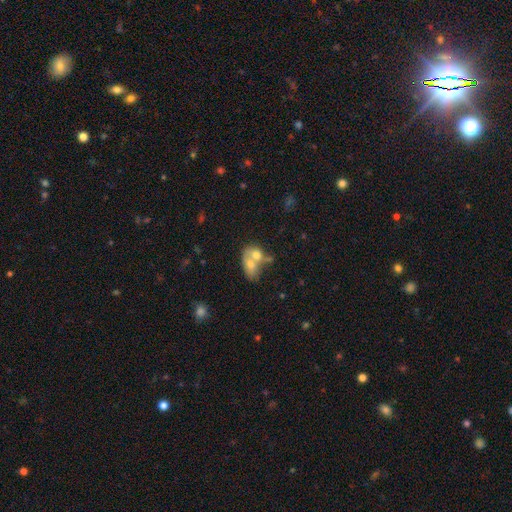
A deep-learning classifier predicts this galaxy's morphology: This appears to be a smooth galaxy with no disk features (64%) that is in between round and cigar-shaped (73%). Merging: merger (74%).